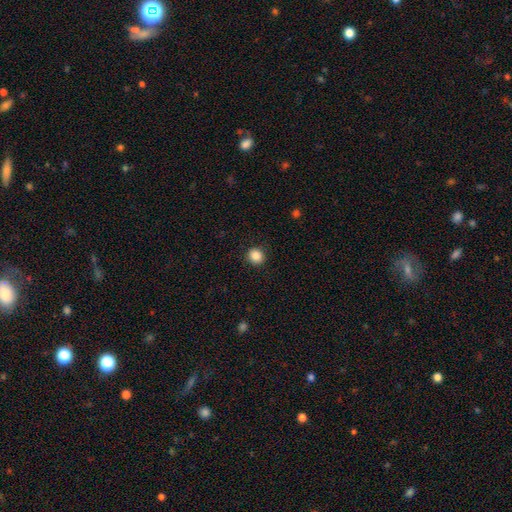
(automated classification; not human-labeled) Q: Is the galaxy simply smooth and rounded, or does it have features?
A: smooth — 87%.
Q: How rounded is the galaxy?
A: round — 87%.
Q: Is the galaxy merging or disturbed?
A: none — 91%.